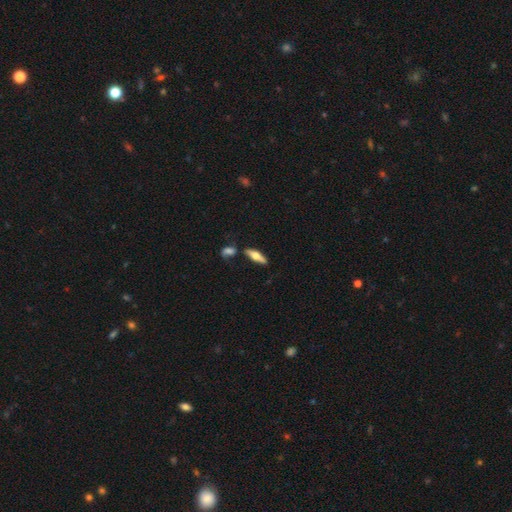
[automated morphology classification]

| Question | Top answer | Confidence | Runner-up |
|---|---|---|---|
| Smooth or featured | smooth | 47% | tied: featured or disk (47%) |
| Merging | none | 75% | minor disturbance (13%) |